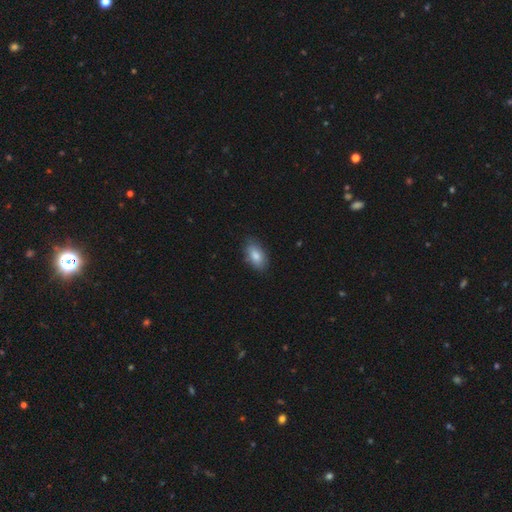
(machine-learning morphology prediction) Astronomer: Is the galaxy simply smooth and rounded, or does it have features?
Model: smooth — 83%.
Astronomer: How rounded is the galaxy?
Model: in between — 92%.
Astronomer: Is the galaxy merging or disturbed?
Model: none — 81%.